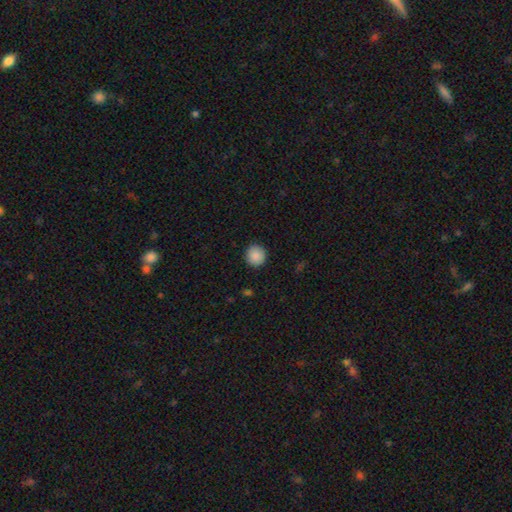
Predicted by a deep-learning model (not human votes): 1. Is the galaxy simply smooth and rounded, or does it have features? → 89% smooth, 8% star or artifact, 3% featured or disk.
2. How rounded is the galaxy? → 92% round, 7% in between, 1% cigar-shaped.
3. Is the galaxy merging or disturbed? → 91% none, 6% minor disturbance, 2% major disturbance, 1% merger.